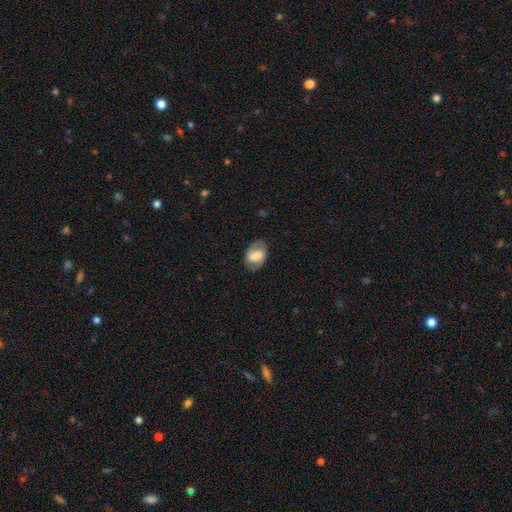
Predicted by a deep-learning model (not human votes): This appears to be a smooth galaxy with no disk features (54%) that is in between round and cigar-shaped (86%). Merging: none (79%).